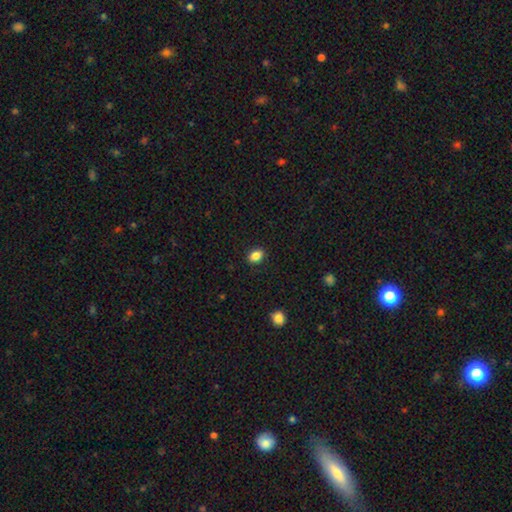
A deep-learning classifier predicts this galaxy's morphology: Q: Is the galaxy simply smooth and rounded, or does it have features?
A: smooth — 86%.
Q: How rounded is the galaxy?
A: in between — 71%.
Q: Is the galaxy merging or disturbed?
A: none — 89%.